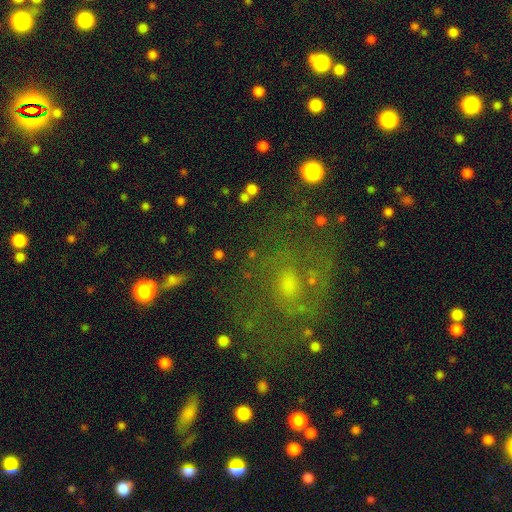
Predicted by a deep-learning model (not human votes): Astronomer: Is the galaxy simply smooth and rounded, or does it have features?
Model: featured or disk — 59%.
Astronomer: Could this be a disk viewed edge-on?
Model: no — 96%.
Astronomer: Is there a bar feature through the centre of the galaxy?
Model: no — 68%.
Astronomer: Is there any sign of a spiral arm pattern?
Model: yes — 71%.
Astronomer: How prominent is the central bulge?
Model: small — 51% (runner-up: moderate, 36%).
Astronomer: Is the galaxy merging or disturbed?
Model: none — 67%.